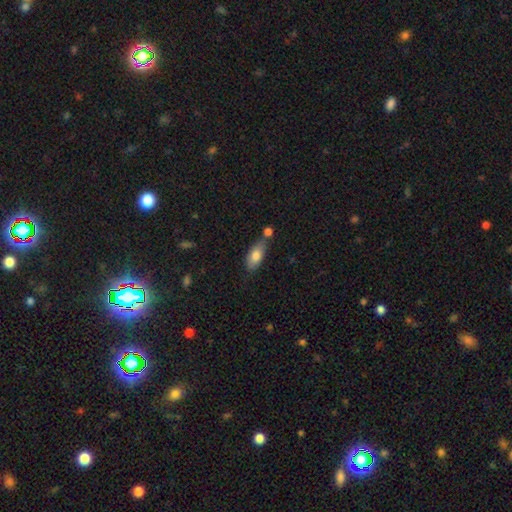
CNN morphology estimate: Smooth or featured?
  - smooth: 80% *
  - featured or disk: 13%
  - star or artifact: 7%
How rounded?
  - in between: 85% *
  - cigar-shaped: 12%
  - round: 3%
Merging?
  - none: 57% *
  - merger: 21%
  - minor disturbance: 18%
  - major disturbance: 4%